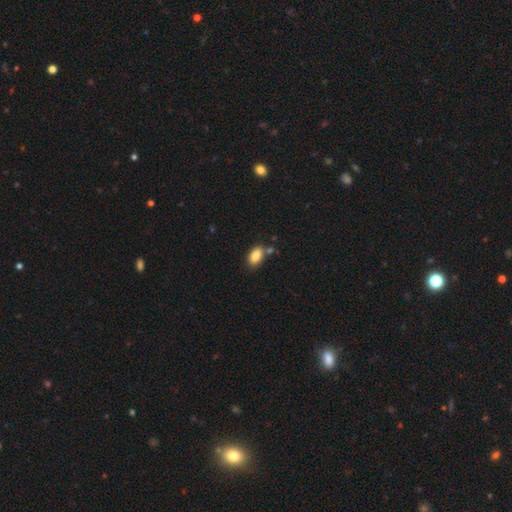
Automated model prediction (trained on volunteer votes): smooth-or-featured: smooth: 86% | star or artifact: 8% | featured or disk: 6%
  how-rounded: in between: 92% | round: 5% | cigar-shaped: 3%
  merging: none: 72% | minor disturbance: 14% | merger: 11% | major disturbance: 3%